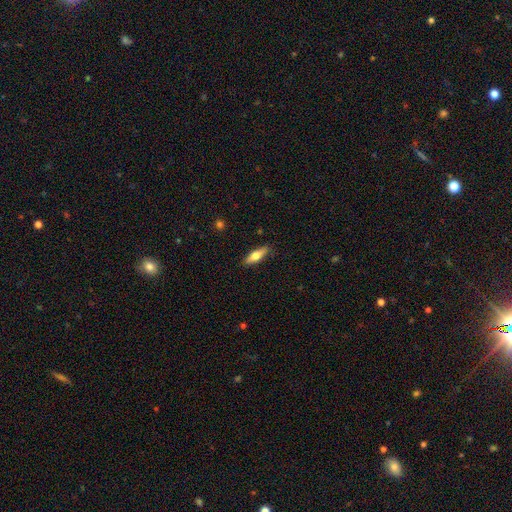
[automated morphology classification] The model was most divided on "how rounded": cigar-shaped: 53%, in between: 45%, round: 2%. More confident: merging — none (86%); smooth or featured — smooth (62%).